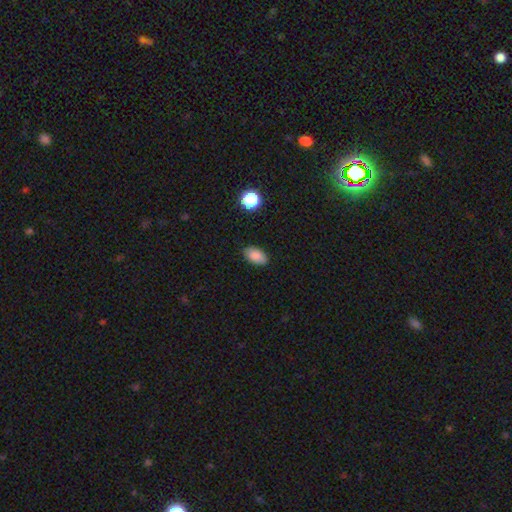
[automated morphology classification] Q: Smooth or featured?
A: smooth (86%); runner-up: star or artifact (9%)
Q: How rounded?
A: in between (92%); runner-up: round (6%)
Q: Merging?
A: none (87%); runner-up: minor disturbance (10%)